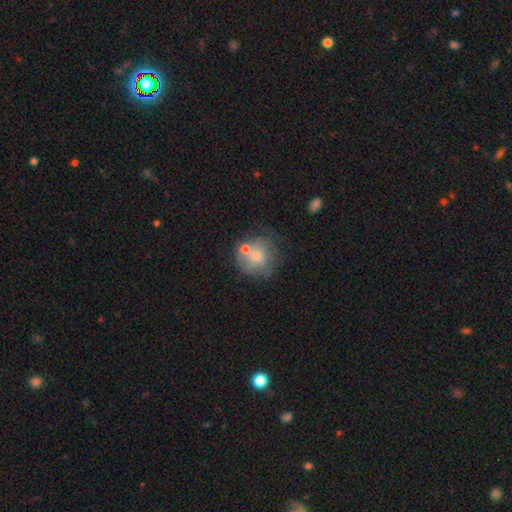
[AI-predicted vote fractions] This appears to be a smooth galaxy with no disk features (57%) that is round (85%). Merging: none (50%).